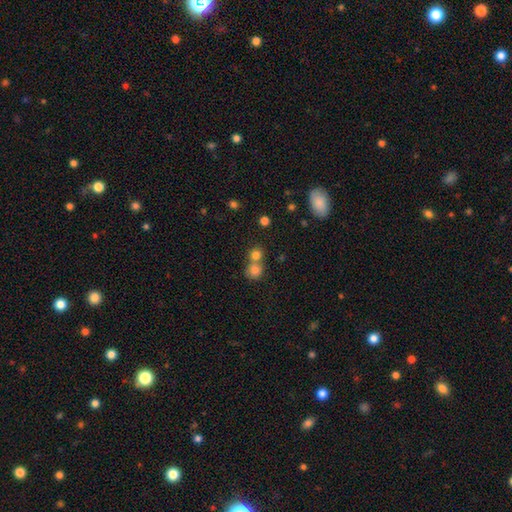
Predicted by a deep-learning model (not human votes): The model was most divided on "merging": none: 48%, merger: 44%, minor disturbance: 6%, major disturbance: 3%. More confident: how rounded — round (85%); smooth or featured — smooth (79%).